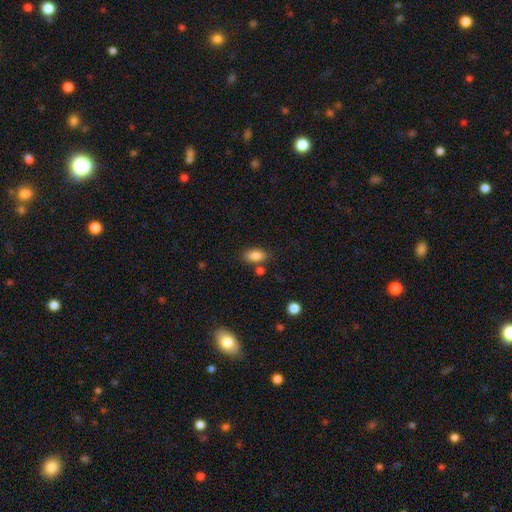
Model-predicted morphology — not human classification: A smooth galaxy with no disk features (85%) that is in between round and cigar-shaped (89%). Merging: none (74%).